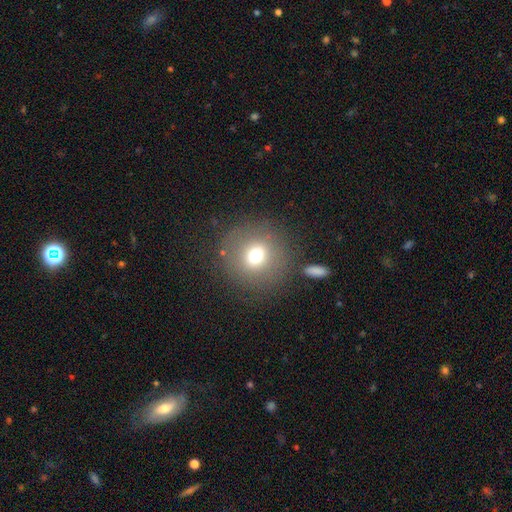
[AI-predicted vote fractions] Q: Smooth or featured?
A: smooth (69%); runner-up: featured or disk (16%)
Q: How rounded?
A: round (90%); runner-up: in between (9%)
Q: Merging?
A: none (81%); runner-up: minor disturbance (9%)